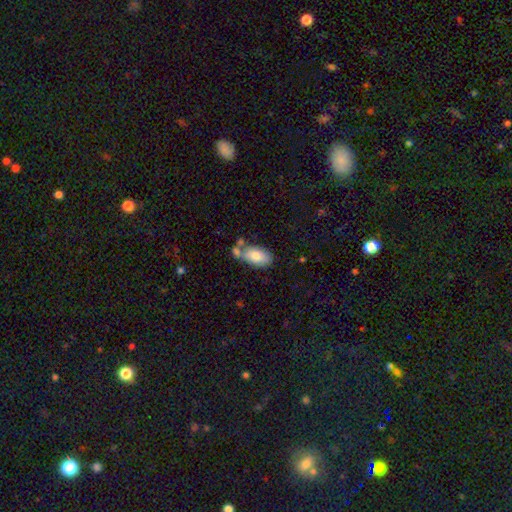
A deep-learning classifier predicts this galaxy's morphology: type=smooth (78%); roundness=in between (93%); merging=none (50%).